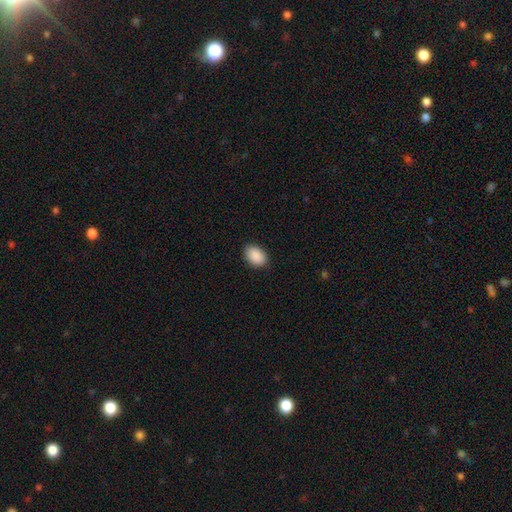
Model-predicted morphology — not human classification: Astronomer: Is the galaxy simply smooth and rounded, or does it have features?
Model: smooth — 91%.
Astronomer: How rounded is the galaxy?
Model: in between — 85%.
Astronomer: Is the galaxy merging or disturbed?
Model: none — 89%.